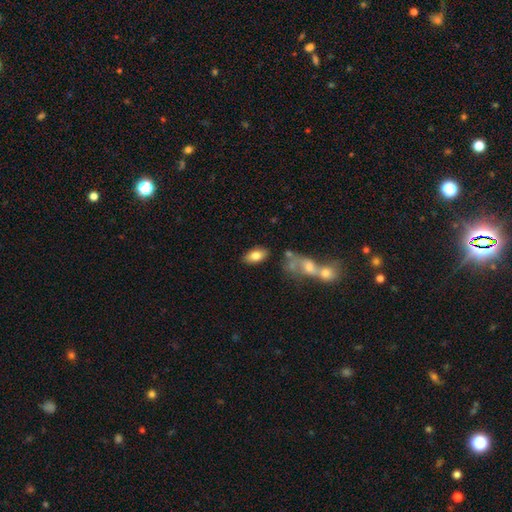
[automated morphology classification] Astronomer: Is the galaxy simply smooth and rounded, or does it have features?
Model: smooth — 79%.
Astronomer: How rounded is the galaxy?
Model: in between — 93%.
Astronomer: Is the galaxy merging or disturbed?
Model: none — 76%.